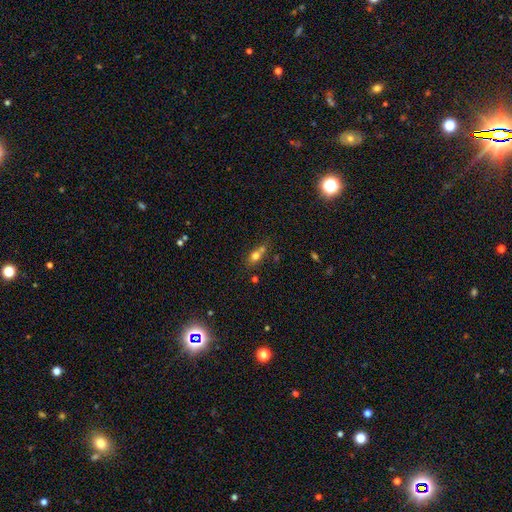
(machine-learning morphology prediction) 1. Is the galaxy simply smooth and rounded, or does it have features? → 72% smooth, 14% star or artifact, 14% featured or disk.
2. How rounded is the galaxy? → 53% in between, 42% round, 5% cigar-shaped.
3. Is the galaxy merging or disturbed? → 42% merger, 40% none, 12% minor disturbance, 6% major disturbance.